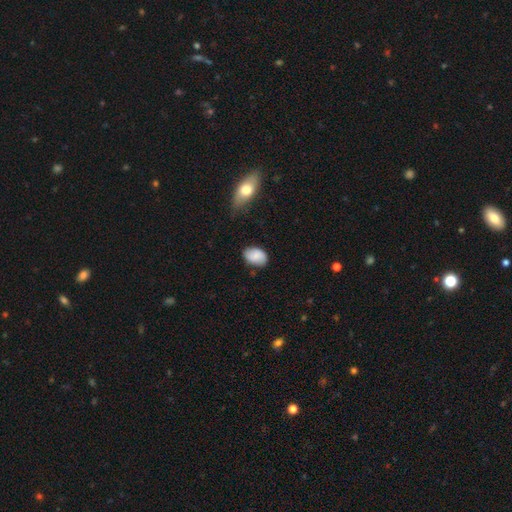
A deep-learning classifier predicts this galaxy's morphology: Overall: smooth (81%). How rounded: in between (85%). Merging: none (73%).